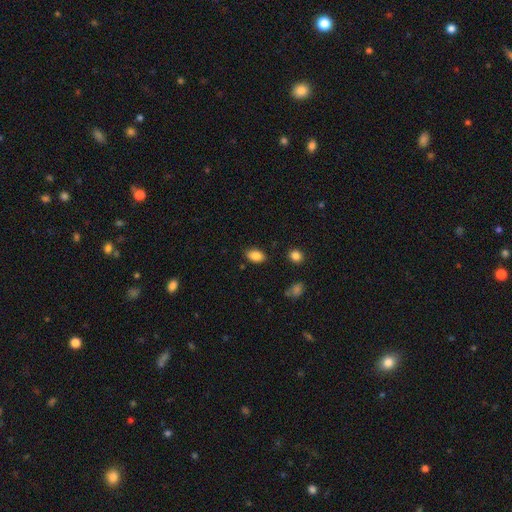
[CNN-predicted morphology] Smooth or featured? Predicted: smooth (p=0.86). How rounded? Predicted: in between (p=0.87). Merging? Predicted: none (p=0.83).